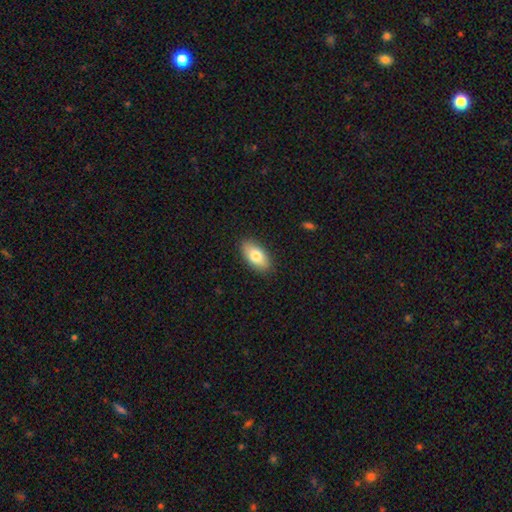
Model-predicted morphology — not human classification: smooth-or-featured: smooth: 79% | featured or disk: 14% | star or artifact: 6%
  how-rounded: in between: 92% | cigar-shaped: 5% | round: 3%
  merging: none: 88% | minor disturbance: 9% | major disturbance: 2% | merger: 1%